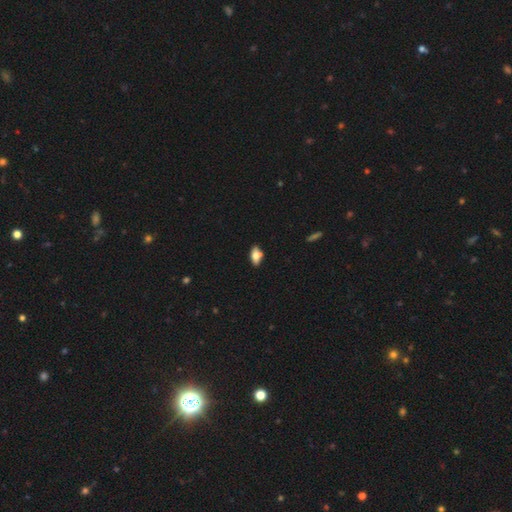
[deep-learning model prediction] This appears to be a smooth galaxy with no disk features (67%) that is in between round and cigar-shaped (88%). Merging: none (71%).